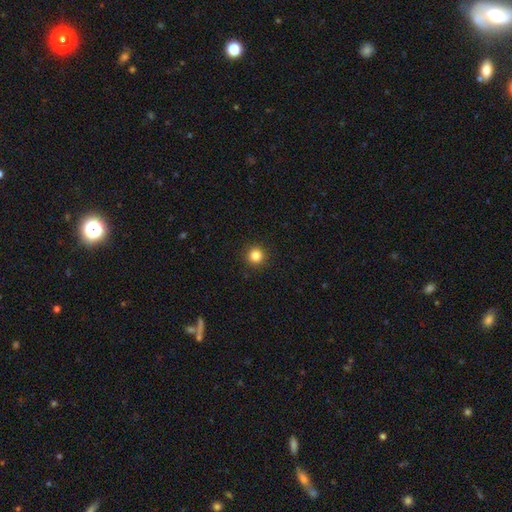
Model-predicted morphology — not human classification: Q: Smooth or featured?
A: smooth (85%); runner-up: star or artifact (11%)
Q: How rounded?
A: round (95%); runner-up: in between (4%)
Q: Merging?
A: none (93%); runner-up: minor disturbance (5%)